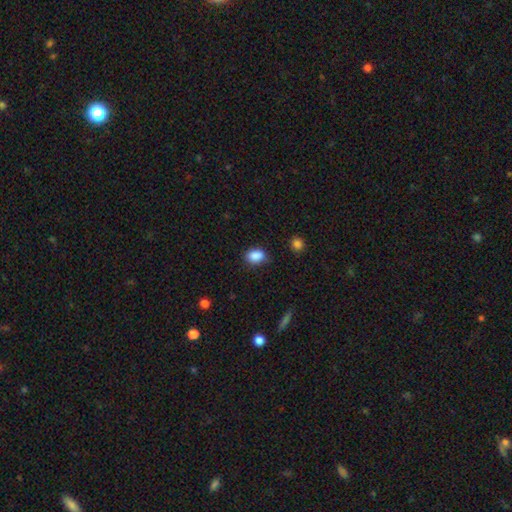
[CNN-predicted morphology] The model was most divided on "how rounded": in between: 76%, round: 22%, cigar-shaped: 2%. More confident: smooth or featured — smooth (87%); merging — none (75%).